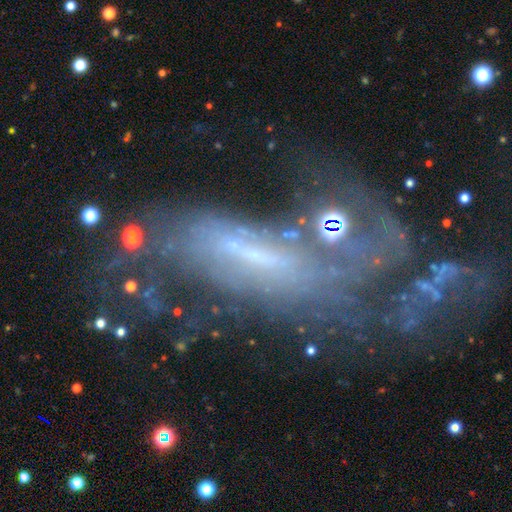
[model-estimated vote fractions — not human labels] smooth_or_featured: featured or disk (p=0.68) [alt: smooth p=0.18]
disk_edge_on: no (p=0.80) [alt: yes p=0.20]
bar: strong (p=0.43) [alt: no p=0.29]
has_spiral_arms: yes (p=0.58) [alt: no p=0.42]
bulge_size: small (p=0.35) [tied with: none p=0.35]
merging: major disturbance (p=0.37) [alt: none p=0.27]